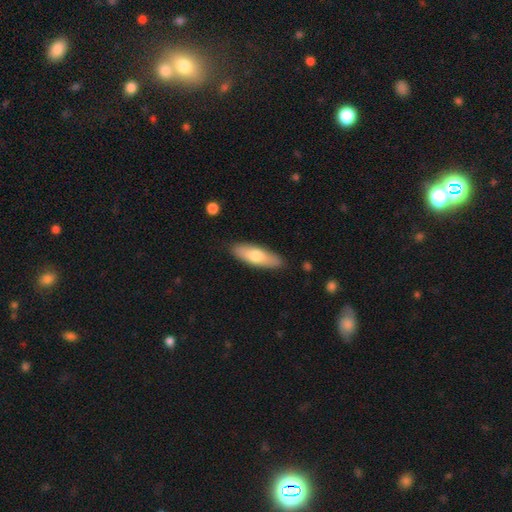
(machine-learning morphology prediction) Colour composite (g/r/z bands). It shows a smooth galaxy with no disk features (69%) that is in between round and cigar-shaped (54%). Merging: none (87%).